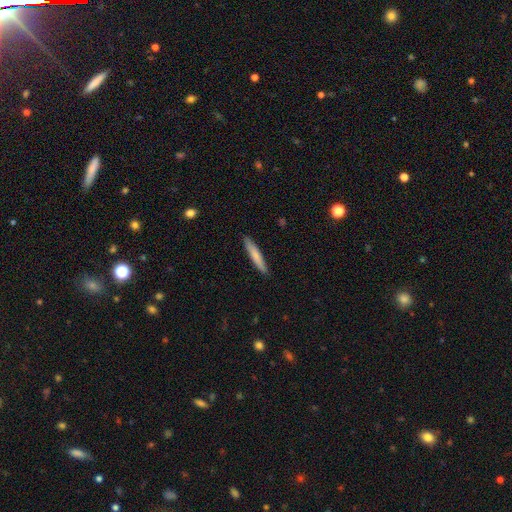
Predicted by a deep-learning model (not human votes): The model was most divided on "smooth or featured": smooth: 72%, featured or disk: 23%, star or artifact: 5%. More confident: how rounded — cigar-shaped (93%); merging — none (91%).